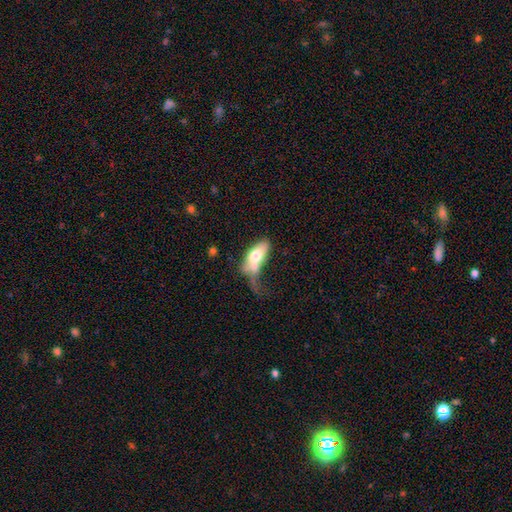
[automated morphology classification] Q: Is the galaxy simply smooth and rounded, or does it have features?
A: smooth — 65%.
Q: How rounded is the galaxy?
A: in between — 79%.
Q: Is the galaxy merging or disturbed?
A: major disturbance — 30%.